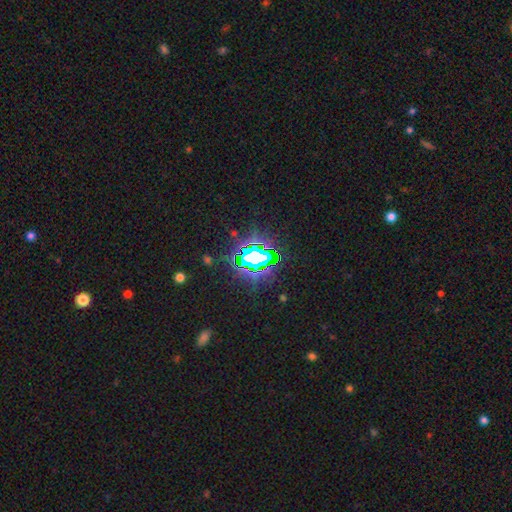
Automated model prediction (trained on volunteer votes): Morphology: type=star or artifact (82%).